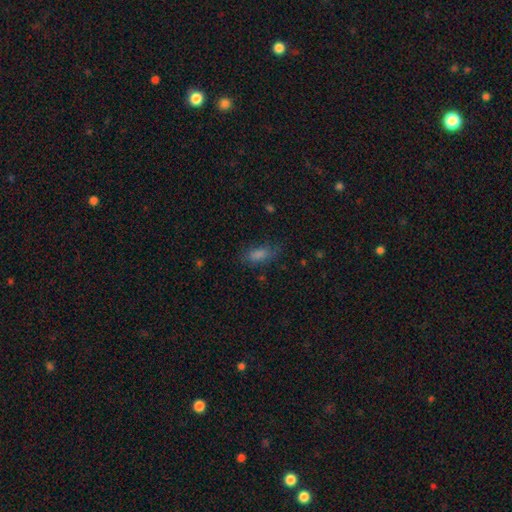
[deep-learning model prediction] Morphology: type=smooth (74%); roundness=in between (76%); merging=none (74%).